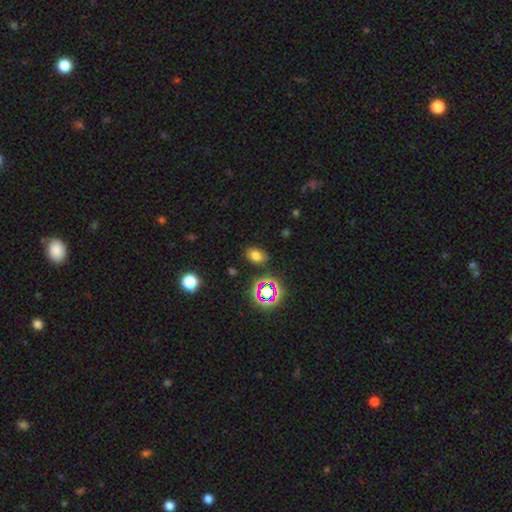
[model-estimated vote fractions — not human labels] smooth 68%, star or artifact 23%, featured or disk 9%. Down the decision tree: how rounded — in between (77%); merging — none (81%).